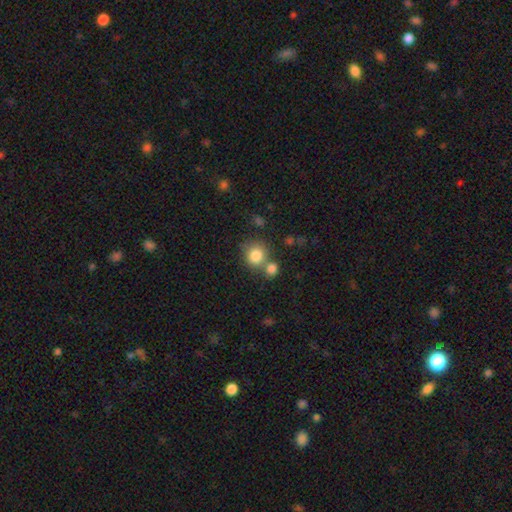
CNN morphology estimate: smooth 82%, star or artifact 10%, featured or disk 8%. Down the decision tree: how rounded — round (82%); merging — none (54%).